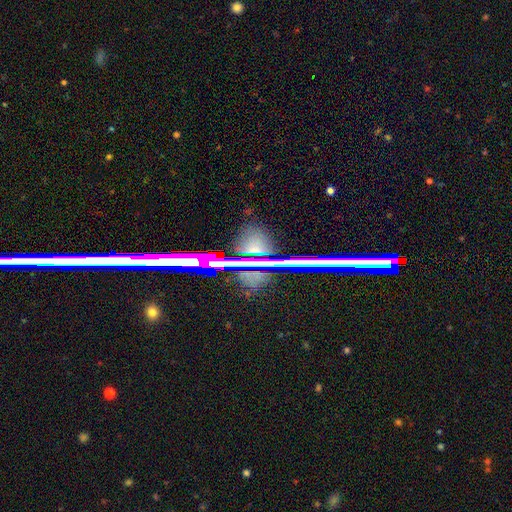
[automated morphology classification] Smooth or featured?
  - star or artifact: 51% *
  - smooth: 29%
  - featured or disk: 21%